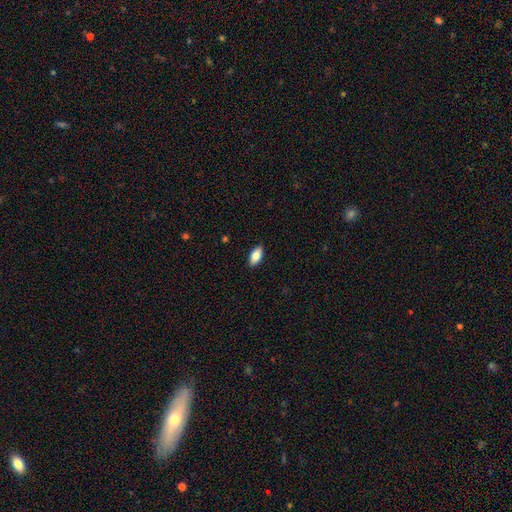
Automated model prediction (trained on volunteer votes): Overall: smooth (82%). How rounded: in between (89%). Merging: none (89%).